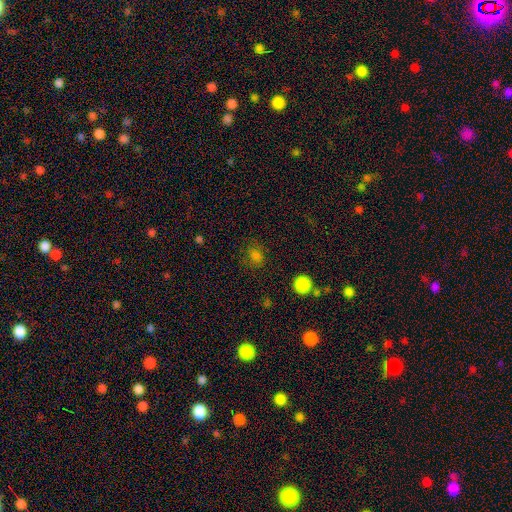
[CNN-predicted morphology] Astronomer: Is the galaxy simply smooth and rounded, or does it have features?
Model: smooth — 76%.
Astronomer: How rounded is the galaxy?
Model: round — 64%.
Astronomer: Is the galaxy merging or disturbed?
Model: none — 76%.